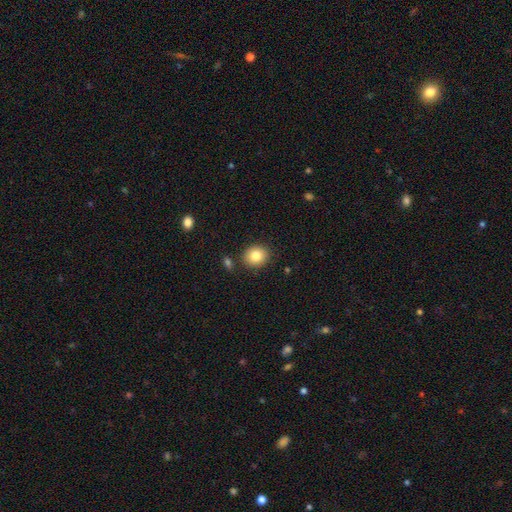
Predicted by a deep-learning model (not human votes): The model was most divided on "how rounded": round: 70%, in between: 29%, cigar-shaped: 1%. More confident: merging — none (86%); smooth or featured — smooth (83%).